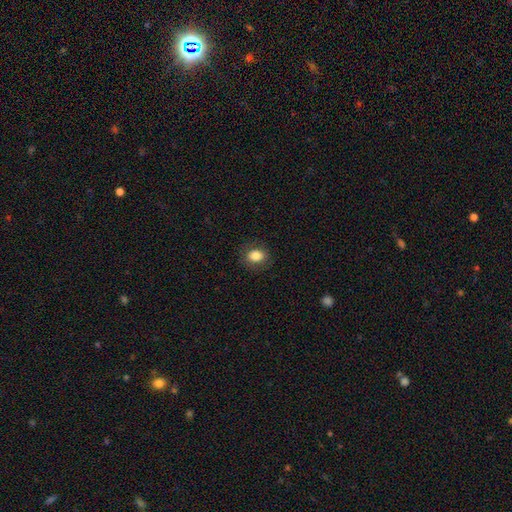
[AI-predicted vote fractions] The model was most divided on "how rounded": in between: 52%, round: 47%, cigar-shaped: 1%. More confident: merging — none (85%); smooth or featured — smooth (84%).